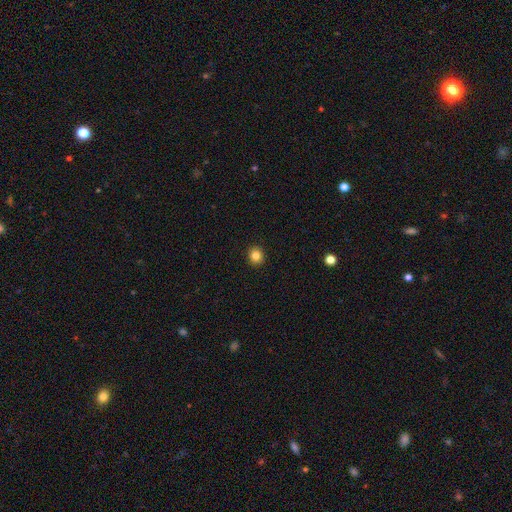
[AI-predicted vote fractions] The model was most divided on "smooth or featured": smooth: 83%, star or artifact: 11%, featured or disk: 5%. More confident: merging — none (93%); how rounded — round (86%).